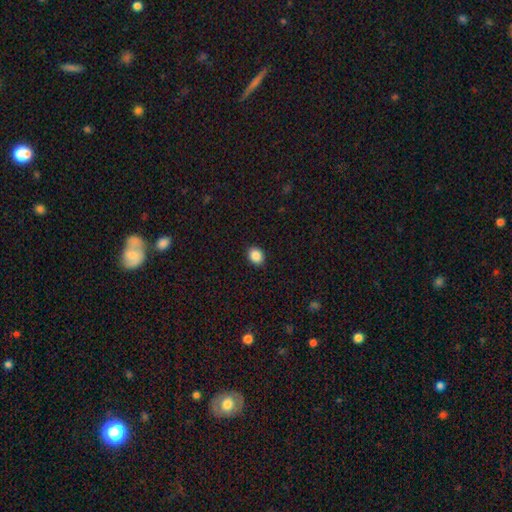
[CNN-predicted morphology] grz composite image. It shows a smooth galaxy with no disk features (87%) that is round (51%). Merging: none (91%).